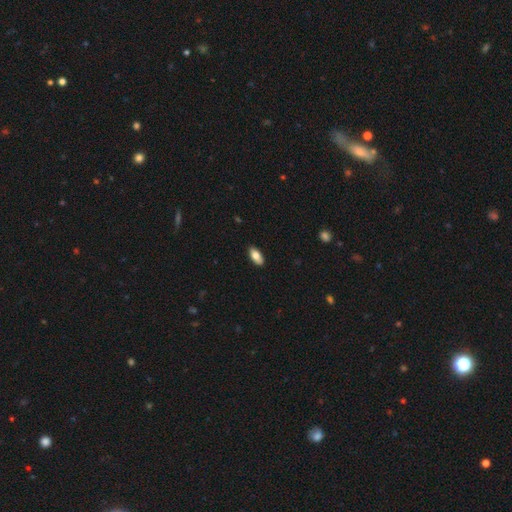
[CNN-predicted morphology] A smooth galaxy with no disk features (79%) that is in between round and cigar-shaped (89%). Merging: none (88%).